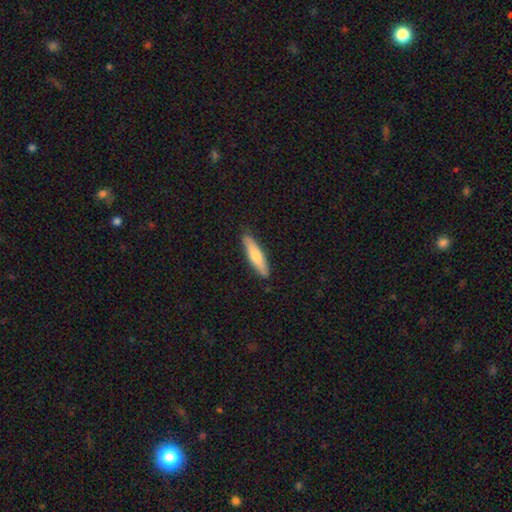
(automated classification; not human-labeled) Morphology: type=smooth (69%); roundness=cigar-shaped (82%); merging=none (88%).